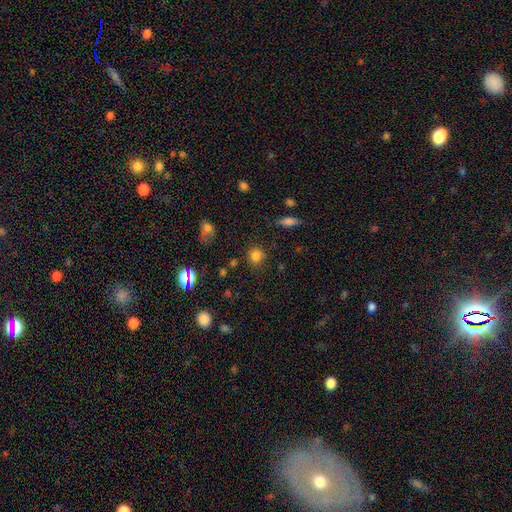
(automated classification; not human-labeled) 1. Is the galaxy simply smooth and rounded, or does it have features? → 81% smooth, 14% star or artifact, 5% featured or disk.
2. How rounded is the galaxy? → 87% round, 11% in between, 1% cigar-shaped.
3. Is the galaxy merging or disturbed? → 85% none, 9% minor disturbance, 3% major disturbance, 2% merger.